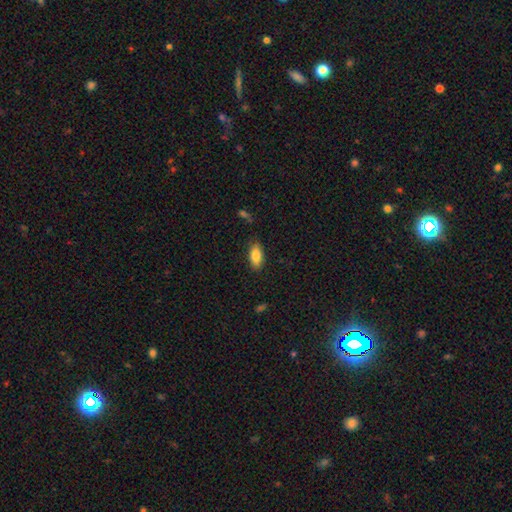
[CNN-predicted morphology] Smooth or featured? Predicted: smooth (p=0.83). How rounded? Predicted: in between (p=0.87). Merging? Predicted: none (p=0.84).